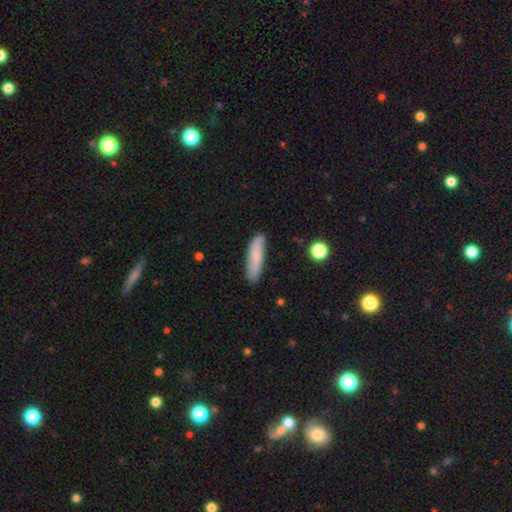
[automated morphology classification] Smooth or featured?
  - smooth: 70% *
  - featured or disk: 23%
  - star or artifact: 7%
How rounded?
  - cigar-shaped: 69% *
  - in between: 29%
  - round: 2%
Merging?
  - none: 82% *
  - minor disturbance: 14%
  - major disturbance: 3%
  - merger: 2%